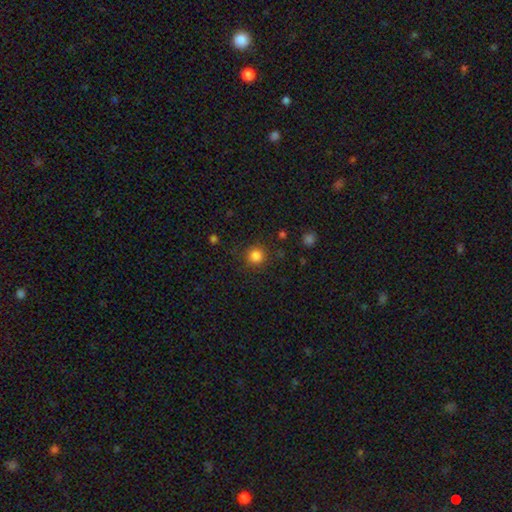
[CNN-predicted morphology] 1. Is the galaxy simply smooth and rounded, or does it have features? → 84% smooth, 12% star or artifact, 4% featured or disk.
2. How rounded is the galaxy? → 94% round, 5% in between, 1% cigar-shaped.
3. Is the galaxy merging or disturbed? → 88% none, 8% minor disturbance, 3% major disturbance, 2% merger.